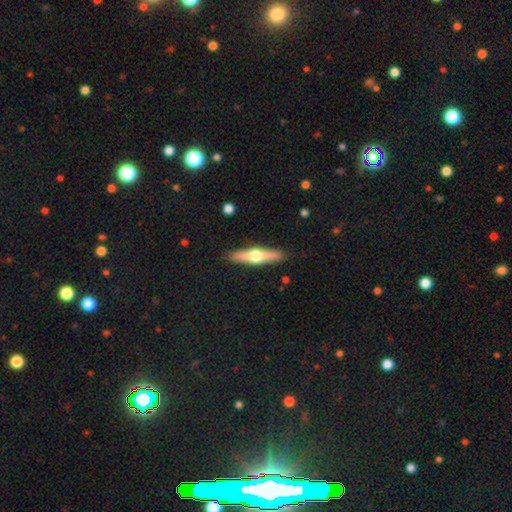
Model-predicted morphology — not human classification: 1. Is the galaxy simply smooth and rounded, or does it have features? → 65% featured or disk, 30% smooth, 5% star or artifact.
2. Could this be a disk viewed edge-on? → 96% yes, 4% no.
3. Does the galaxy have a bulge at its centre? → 96% rounded, 3% boxy, 2% none.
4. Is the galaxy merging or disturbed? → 90% none, 7% minor disturbance, 2% major disturbance, 1% merger.